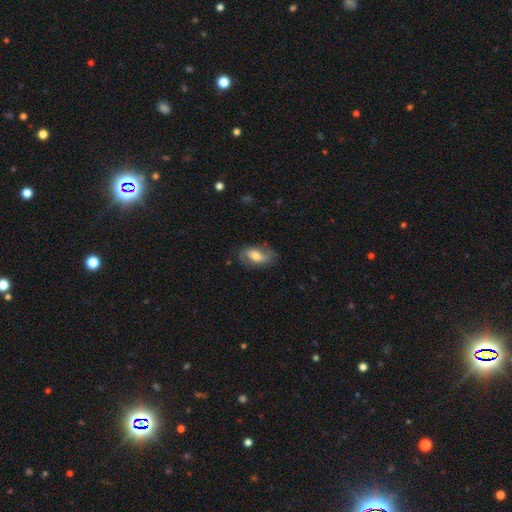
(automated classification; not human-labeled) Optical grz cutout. It shows a smooth galaxy with no disk features (54%) that is in between round and cigar-shaped (89%). Merging: none (68%).